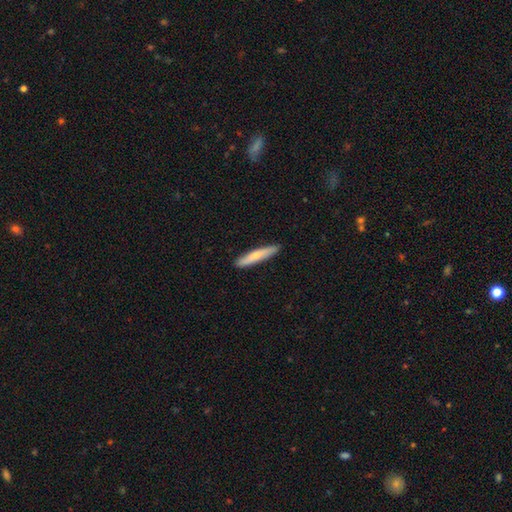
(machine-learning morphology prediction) Smooth or featured? smooth (67%)
How rounded? cigar-shaped (92%)
Merging? none (90%)